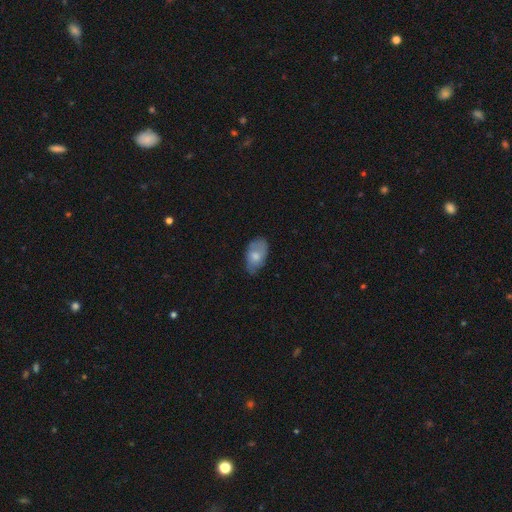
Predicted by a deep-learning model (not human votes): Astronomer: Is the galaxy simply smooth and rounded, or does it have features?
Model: smooth — 66%.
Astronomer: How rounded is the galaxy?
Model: in between — 92%.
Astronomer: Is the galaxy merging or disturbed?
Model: none — 59%.